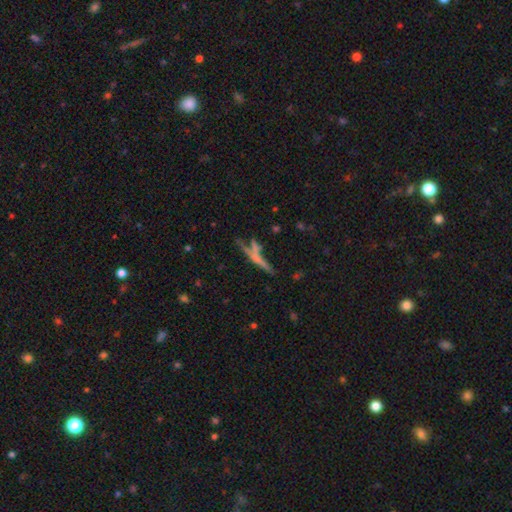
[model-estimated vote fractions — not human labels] smooth_or_featured: smooth (p=0.44) [alt: featured or disk p=0.43]
merging: none (p=0.51) [alt: merger p=0.27]